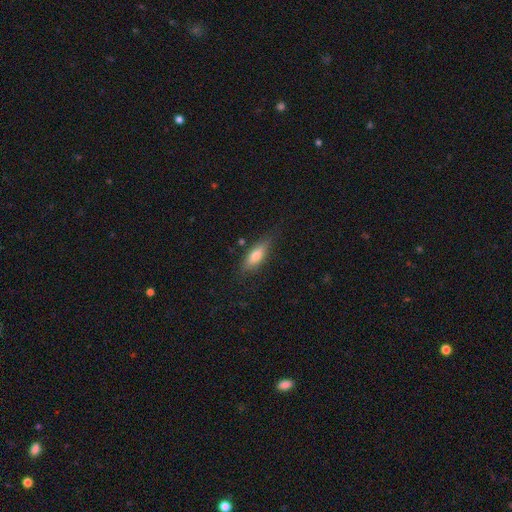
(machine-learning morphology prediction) Smooth or featured? smooth (68%)
How rounded? in between (56%)
Merging? none (77%)